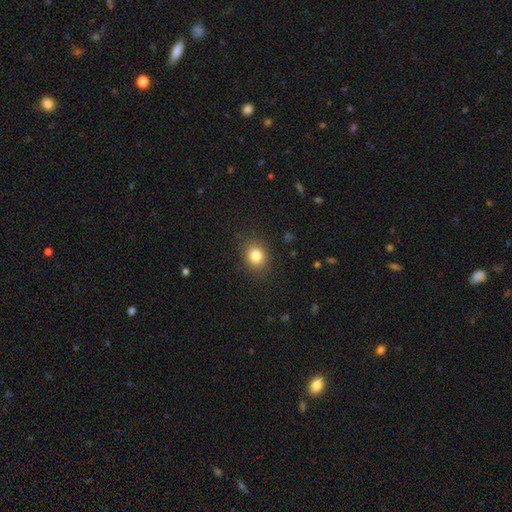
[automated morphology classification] Smooth or featured?
  - smooth: 82% *
  - star or artifact: 11%
  - featured or disk: 7%
How rounded?
  - round: 65% *
  - in between: 34%
  - cigar-shaped: 1%
Merging?
  - none: 86% *
  - minor disturbance: 10%
  - major disturbance: 3%
  - merger: 1%